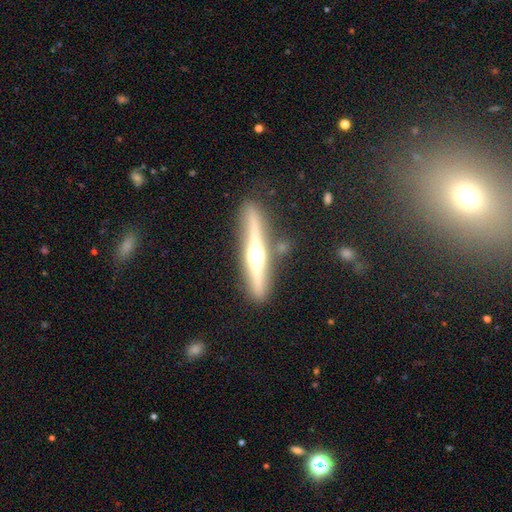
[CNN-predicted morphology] type=featured or disk (75%); edge-on=yes (97%); edge-on bulge=rounded (94%); merging=none (85%).